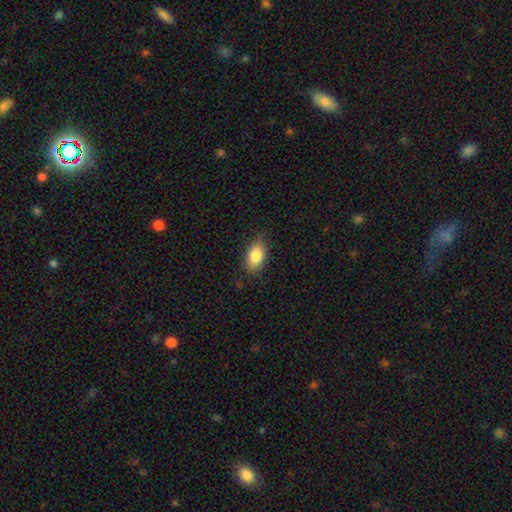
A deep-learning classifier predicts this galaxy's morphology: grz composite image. It shows a smooth galaxy with no disk features (85%) that is in between round and cigar-shaped (91%). Merging: none (81%).